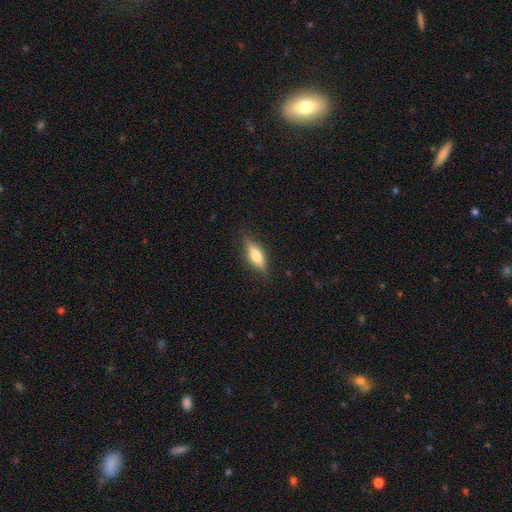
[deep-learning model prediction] smooth-or-featured: featured or disk: 47% | smooth: 46% | star or artifact: 7%
  merging: none: 83% | minor disturbance: 13% | major disturbance: 3% | merger: 1%